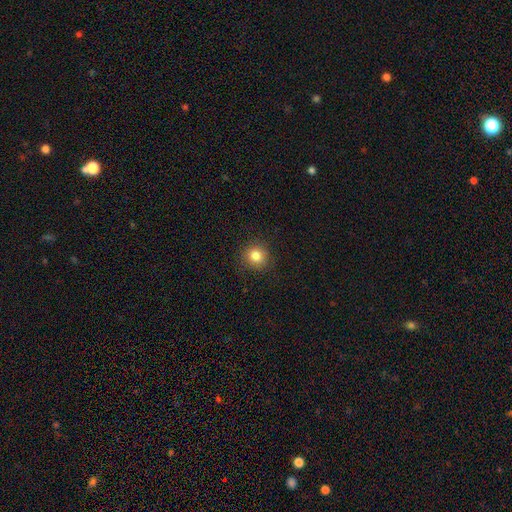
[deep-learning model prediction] The model was most divided on "smooth or featured": smooth: 83%, star or artifact: 12%, featured or disk: 5%. More confident: how rounded — round (91%); merging — none (89%).